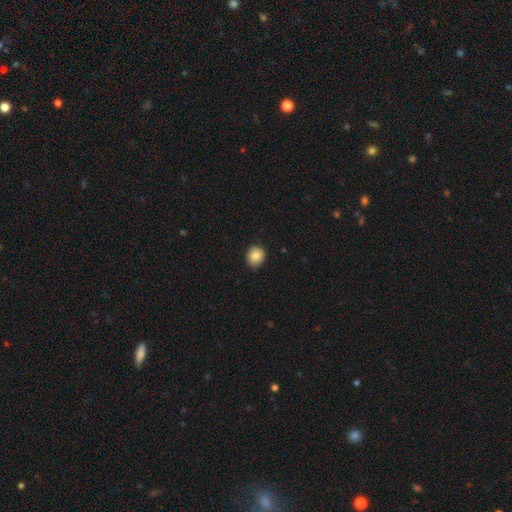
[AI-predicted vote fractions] Smooth or featured? smooth (84%)
How rounded? round (78%)
Merging? none (83%)